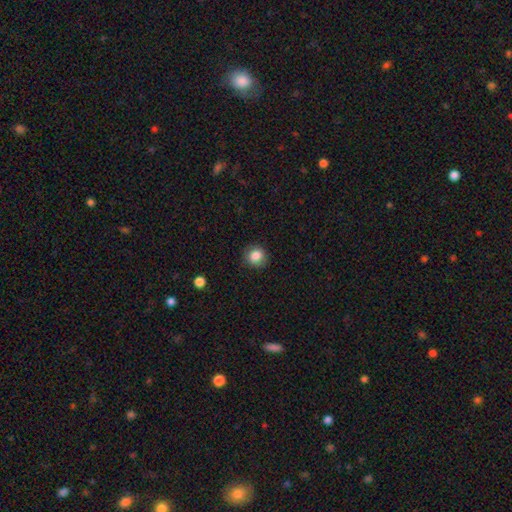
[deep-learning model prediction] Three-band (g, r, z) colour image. It shows a smooth galaxy with no disk features (84%) that is round (85%). Merging: none (87%).